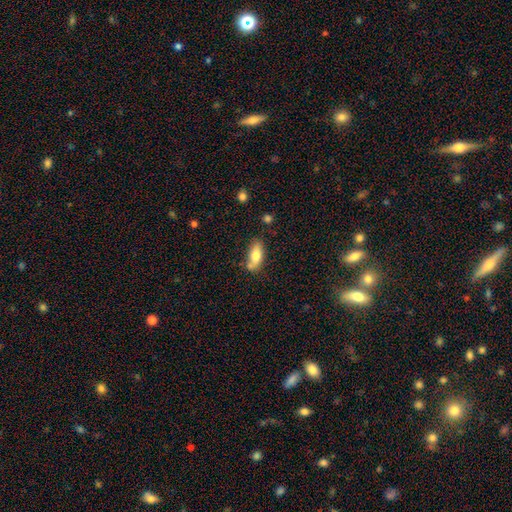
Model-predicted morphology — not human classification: Smooth or featured?
  - smooth: 73% *
  - featured or disk: 21%
  - star or artifact: 7%
How rounded?
  - in between: 80% *
  - cigar-shaped: 16%
  - round: 3%
Merging?
  - none: 64% *
  - minor disturbance: 21%
  - merger: 11%
  - major disturbance: 5%